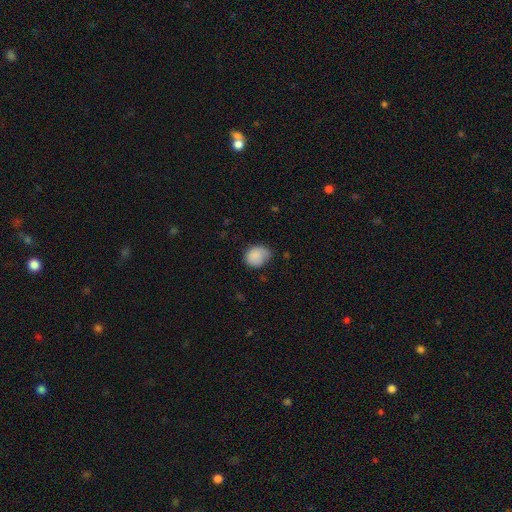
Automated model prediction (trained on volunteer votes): A smooth galaxy with no disk features (85%) that is round (57%). Merging: none (57%).